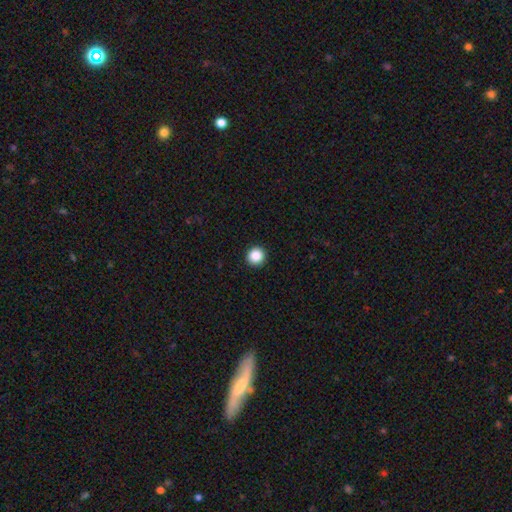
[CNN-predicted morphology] A smooth galaxy with no disk features (88%) that is round (95%). Merging: none (93%).